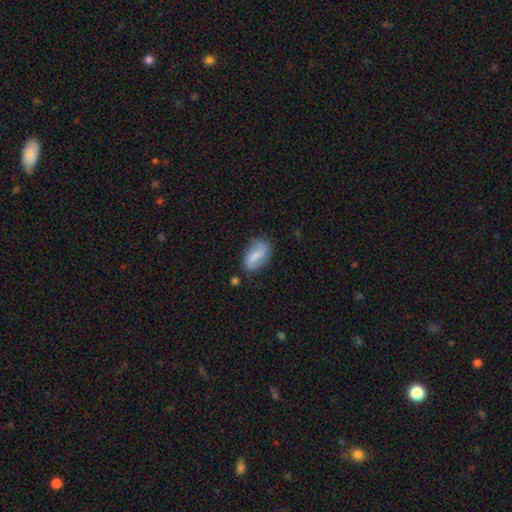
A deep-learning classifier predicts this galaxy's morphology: smooth_or_featured: smooth (p=0.64) [alt: featured or disk p=0.28]
how_rounded: in between (p=0.89) [alt: cigar-shaped p=0.06]
merging: none (p=0.65) [alt: minor disturbance p=0.25]